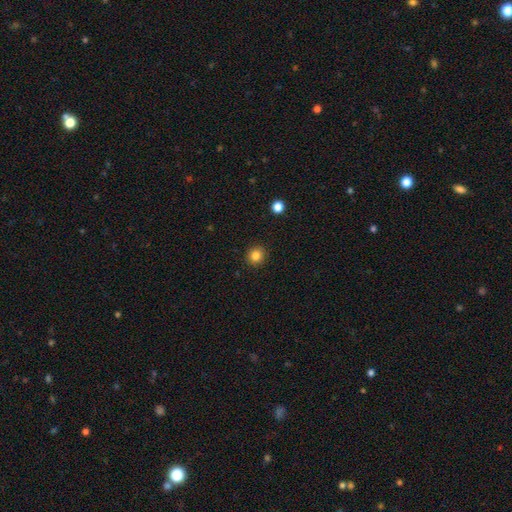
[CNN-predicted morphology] Smooth or featured? smooth (84%)
How rounded? round (87%)
Merging? none (92%)